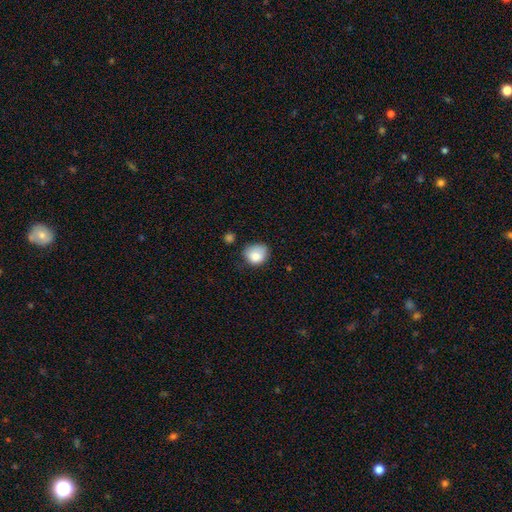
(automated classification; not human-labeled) A smooth galaxy with no disk features (83%) that is round (63%).

Vote fractions:
- Smooth or featured? smooth: 83% / star or artifact: 9% / featured or disk: 9%
- How rounded? round: 63% / in between: 36% / cigar-shaped: 1%
- Merging? none: 51% / minor disturbance: 36% / major disturbance: 9% / merger: 5%